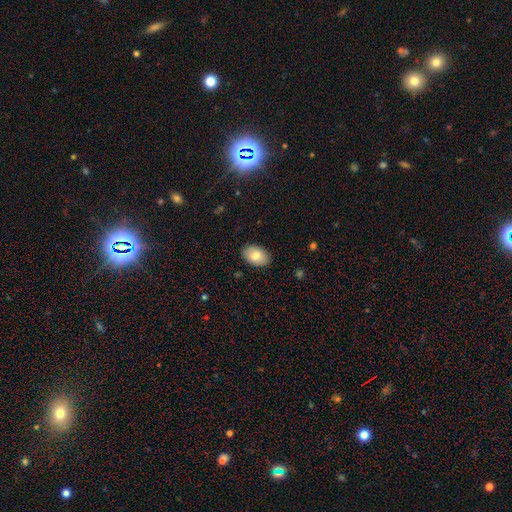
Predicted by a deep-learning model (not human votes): Smooth or featured? Predicted: smooth (p=0.81). How rounded? Predicted: in between (p=0.90). Merging? Predicted: none (p=0.88).